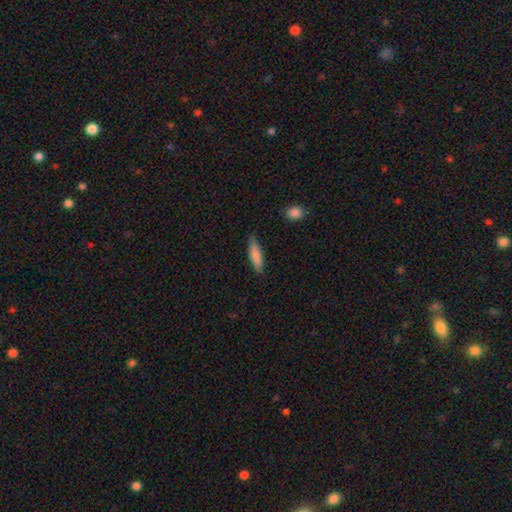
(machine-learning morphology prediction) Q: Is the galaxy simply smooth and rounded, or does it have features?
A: smooth — 82%.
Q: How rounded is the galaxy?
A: cigar-shaped — 73%.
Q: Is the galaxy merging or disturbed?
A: none — 83%.